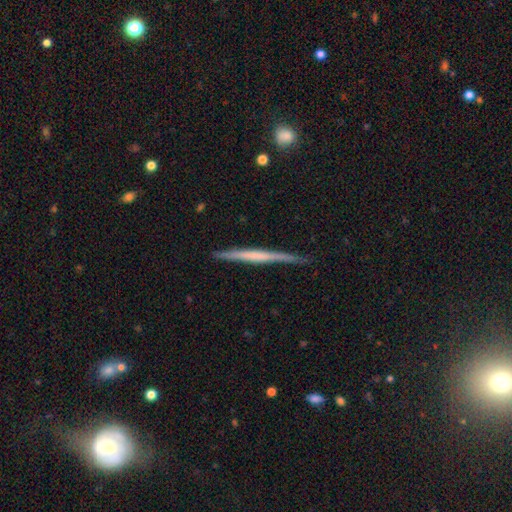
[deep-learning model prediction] Smooth or featured: featured or disk — 62% (smooth — 33%)
Edge-on disk: yes — 97% (no — 3%)
Edge-on bulge: none — 71% (rounded — 16%)
Merging: none — 85% (minor disturbance — 11%)